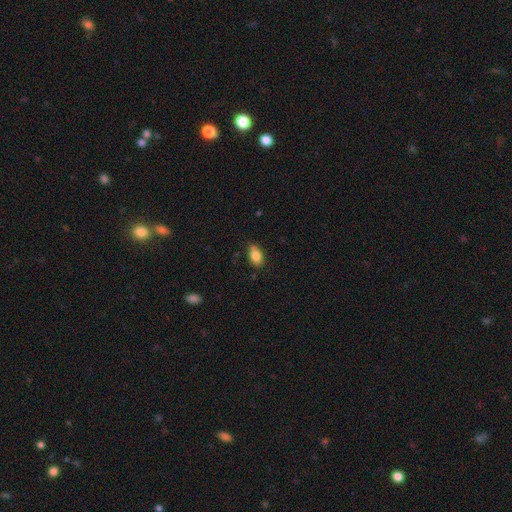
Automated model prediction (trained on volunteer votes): A smooth galaxy with no disk features (84%) that is in between round and cigar-shaped (88%). Merging: none (75%).